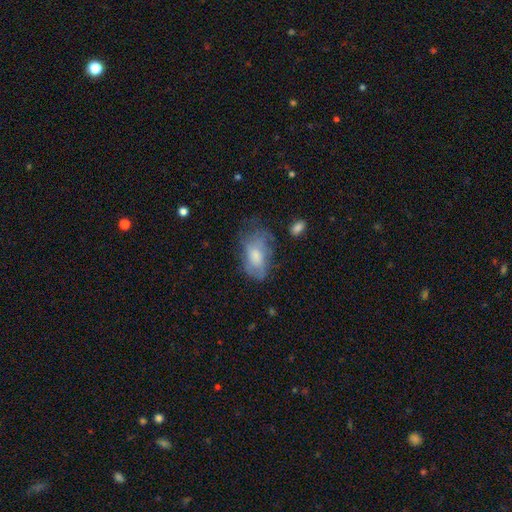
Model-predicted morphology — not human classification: smooth-or-featured: smooth: 58% | featured or disk: 34% | star or artifact: 8%
  how-rounded: in between: 91% | round: 5% | cigar-shaped: 3%
  merging: none: 42% | minor disturbance: 31% | major disturbance: 24% | merger: 3%